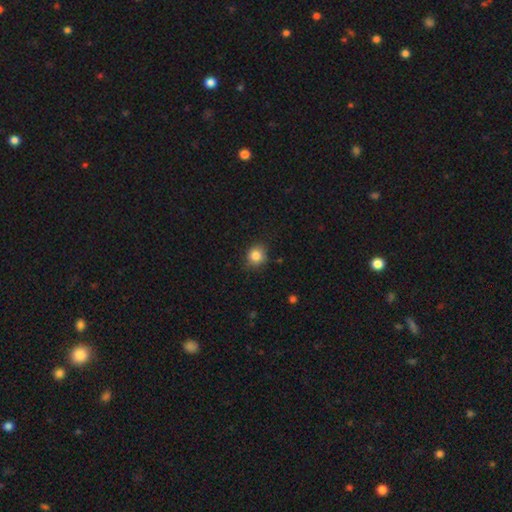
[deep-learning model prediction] smooth-or-featured: smooth: 84% | star or artifact: 10% | featured or disk: 6%
  how-rounded: round: 79% | in between: 20% | cigar-shaped: 1%
  merging: none: 80% | minor disturbance: 16% | major disturbance: 3% | merger: 1%